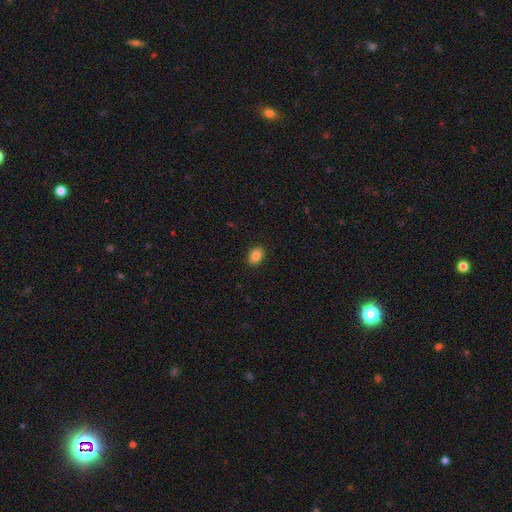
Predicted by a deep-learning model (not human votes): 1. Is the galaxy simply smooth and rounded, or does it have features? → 86% smooth, 9% star or artifact, 6% featured or disk.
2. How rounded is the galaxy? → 78% in between, 21% round, 1% cigar-shaped.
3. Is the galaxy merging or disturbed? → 90% none, 7% minor disturbance, 2% major disturbance, 1% merger.